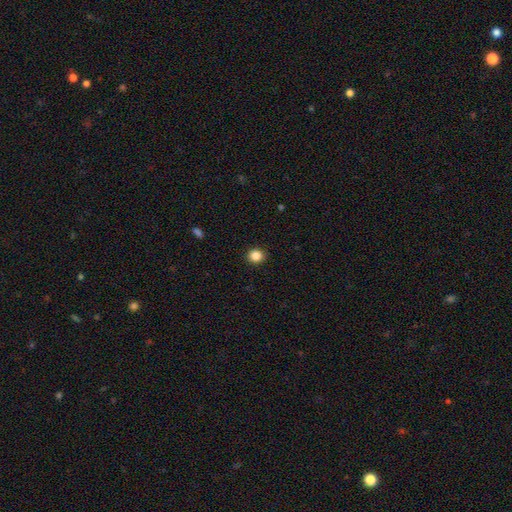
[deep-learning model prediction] A smooth galaxy with no disk features (85%) that is round (85%).

Vote fractions:
- Smooth or featured? smooth: 85% / star or artifact: 11% / featured or disk: 4%
- How rounded? round: 85% / in between: 15% / cigar-shaped: 1%
- Merging? none: 92% / minor disturbance: 6% / major disturbance: 2% / merger: 1%